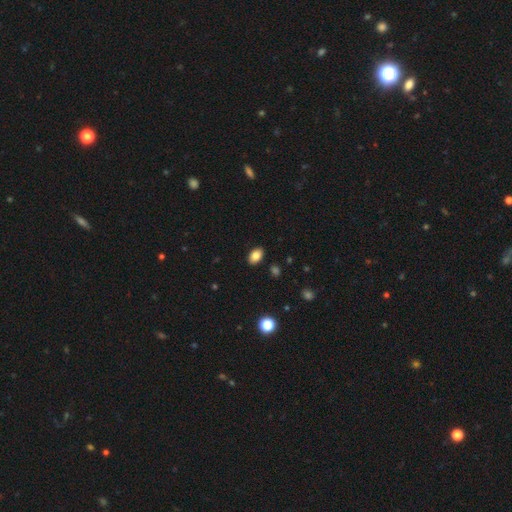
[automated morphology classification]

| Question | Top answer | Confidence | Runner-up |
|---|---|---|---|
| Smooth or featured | smooth | 84% | star or artifact (9%) |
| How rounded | in between | 85% | round (14%) |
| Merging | none | 89% | minor disturbance (8%) |